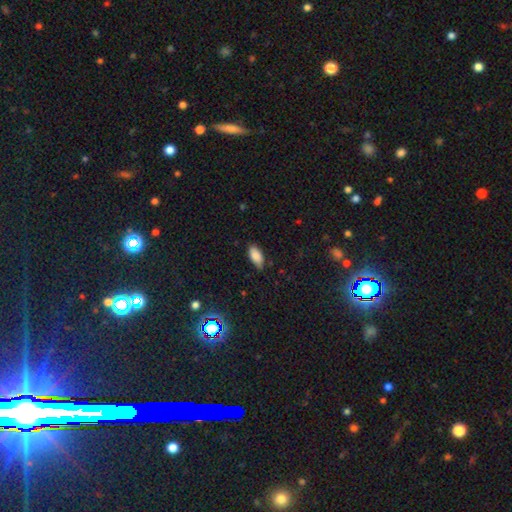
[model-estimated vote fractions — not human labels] This appears to be a smooth galaxy with no disk features (86%) that is in between round and cigar-shaped (92%). Merging: none (79%).